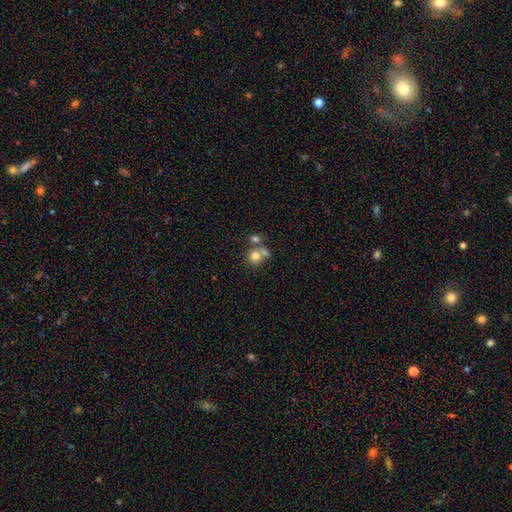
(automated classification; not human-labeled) Morphology: type=smooth (77%); roundness=round (85%); merging=none (46%).